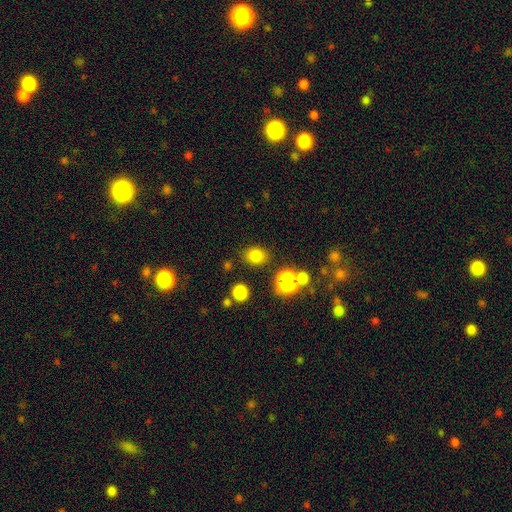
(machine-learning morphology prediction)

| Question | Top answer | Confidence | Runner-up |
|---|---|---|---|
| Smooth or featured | smooth | 78% | star or artifact (16%) |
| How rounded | round | 56% | in between (43%) |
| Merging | none | 82% | minor disturbance (10%) |